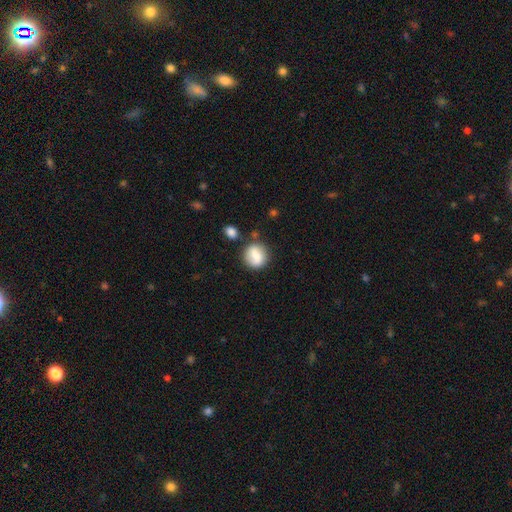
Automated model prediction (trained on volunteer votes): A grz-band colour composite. It shows a smooth galaxy with no disk features (74%) that is round (72%). Merging: none (69%).